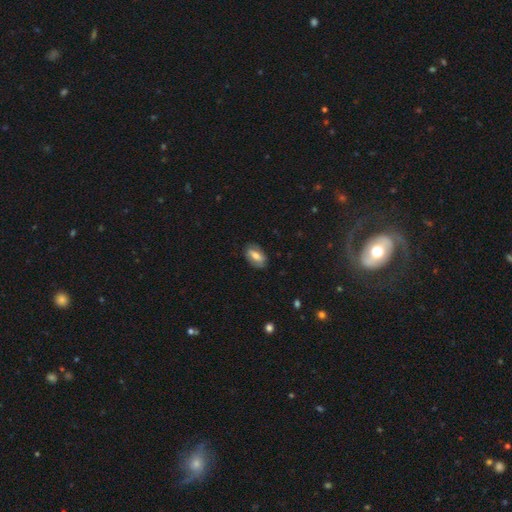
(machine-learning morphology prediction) Smooth or featured? Predicted: smooth (p=0.53). How rounded? Predicted: in between (p=0.88). Merging? Predicted: none (p=0.80).